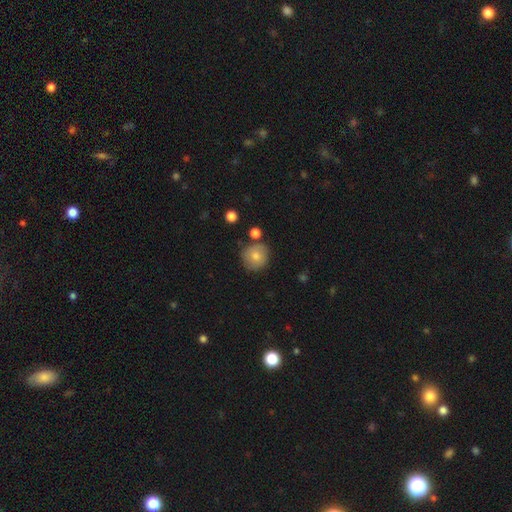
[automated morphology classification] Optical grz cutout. It shows a smooth galaxy with no disk features (78%) that is round (89%). Merging: none (76%).